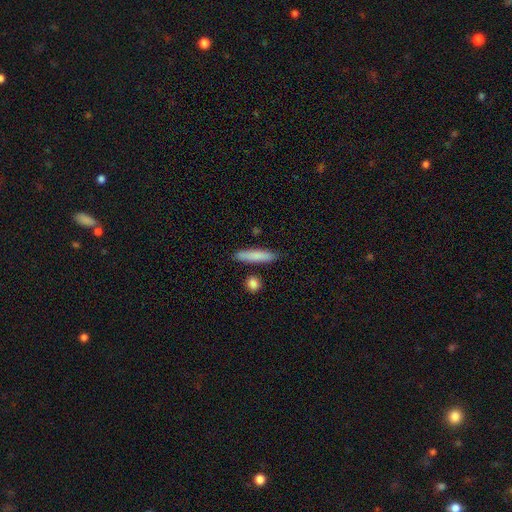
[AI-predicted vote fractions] A smooth galaxy with no disk features (81%) that is cigar-shaped (85%).

Vote fractions:
- Smooth or featured? smooth: 81% / featured or disk: 13% / star or artifact: 6%
- How rounded? cigar-shaped: 85% / in between: 13% / round: 2%
- Merging? none: 84% / minor disturbance: 10% / merger: 4% / major disturbance: 2%